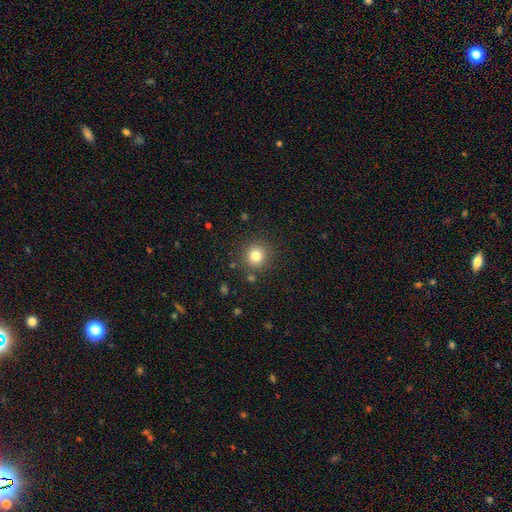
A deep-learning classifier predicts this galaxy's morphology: Q: Smooth or featured?
A: smooth (80%); runner-up: star or artifact (13%)
Q: How rounded?
A: round (93%); runner-up: in between (6%)
Q: Merging?
A: none (87%); runner-up: minor disturbance (7%)